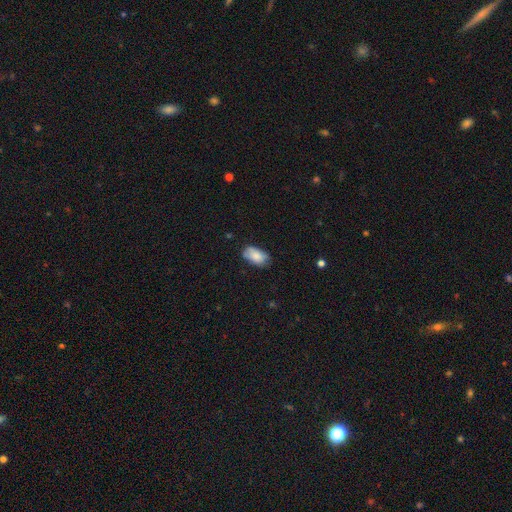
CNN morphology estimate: smooth-or-featured: smooth: 81% | featured or disk: 12% | star or artifact: 7%
  how-rounded: in between: 94% | round: 4% | cigar-shaped: 2%
  merging: none: 70% | minor disturbance: 25% | major disturbance: 4% | merger: 1%